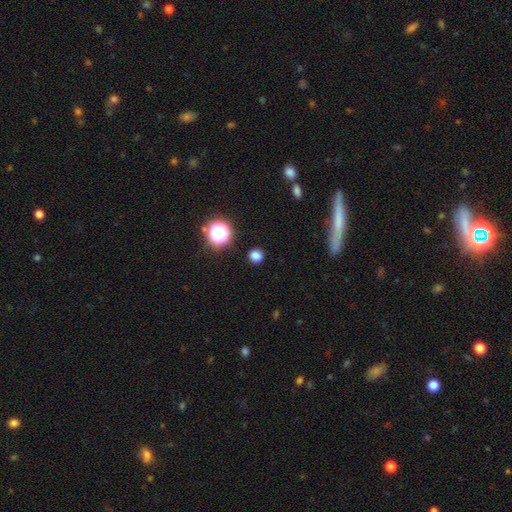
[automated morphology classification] Q: Smooth or featured?
A: smooth (78%); runner-up: star or artifact (18%)
Q: How rounded?
A: round (91%); runner-up: in between (8%)
Q: Merging?
A: none (91%); runner-up: minor disturbance (6%)